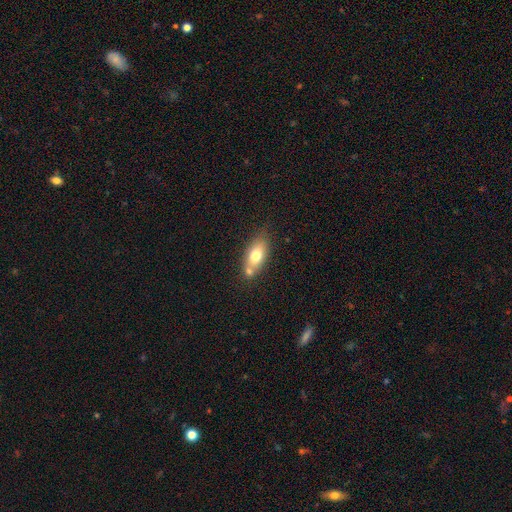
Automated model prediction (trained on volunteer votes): Smooth or featured: smooth — 70% (featured or disk — 22%)
How rounded: in between — 82% (cigar-shaped — 10%)
Merging: none — 55% (merger — 26%)